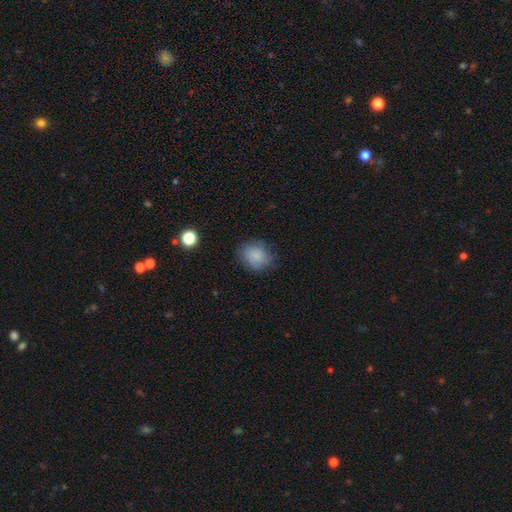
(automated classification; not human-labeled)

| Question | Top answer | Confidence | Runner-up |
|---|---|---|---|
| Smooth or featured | smooth | 82% | featured or disk (10%) |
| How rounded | round | 67% | in between (32%) |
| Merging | none | 73% | minor disturbance (20%) |